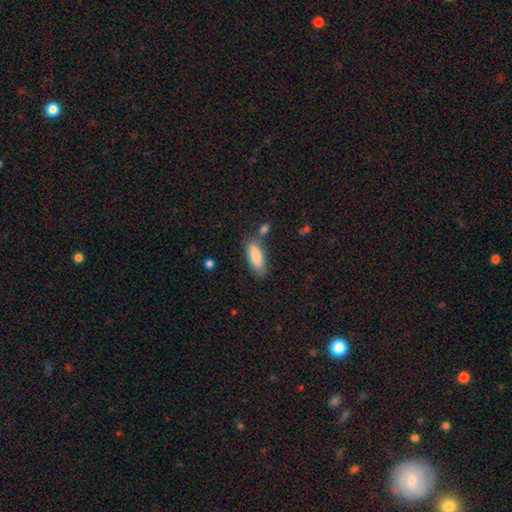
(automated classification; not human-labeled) Smooth or featured: smooth — 85% (featured or disk — 9%)
How rounded: in between — 68% (cigar-shaped — 30%)
Merging: none — 73% (minor disturbance — 15%)